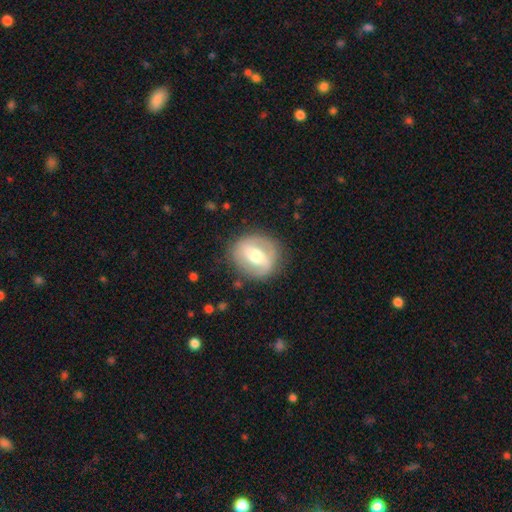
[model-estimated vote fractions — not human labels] This appears to be a featured or disk galaxy (58%) with a strong bar (45%), no spiral arms (53%) and a moderate central bulge (69%). Merging: none (81%).